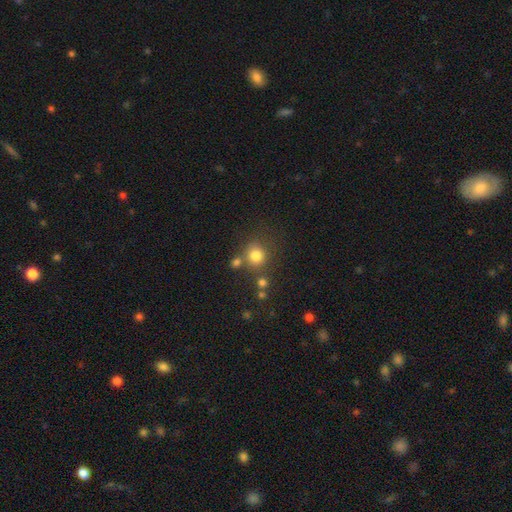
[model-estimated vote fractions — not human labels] Smooth or featured?
  - smooth: 79% *
  - star or artifact: 14%
  - featured or disk: 7%
How rounded?
  - round: 86% *
  - in between: 13%
  - cigar-shaped: 1%
Merging?
  - none: 68% *
  - merger: 16%
  - minor disturbance: 11%
  - major disturbance: 5%